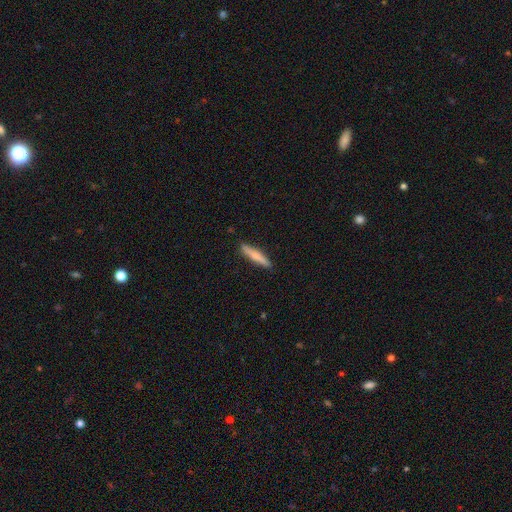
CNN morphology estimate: type=smooth (69%); roundness=cigar-shaped (91%); merging=none (90%).